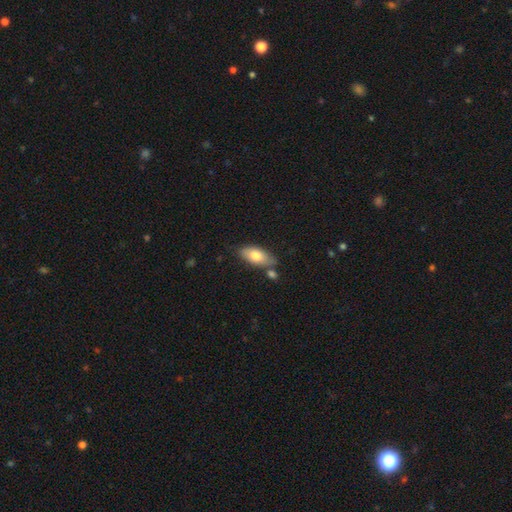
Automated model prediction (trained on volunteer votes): Smooth or featured? Predicted: smooth (p=0.75). How rounded? Predicted: in between (p=0.88). Merging? Predicted: none (p=0.68).